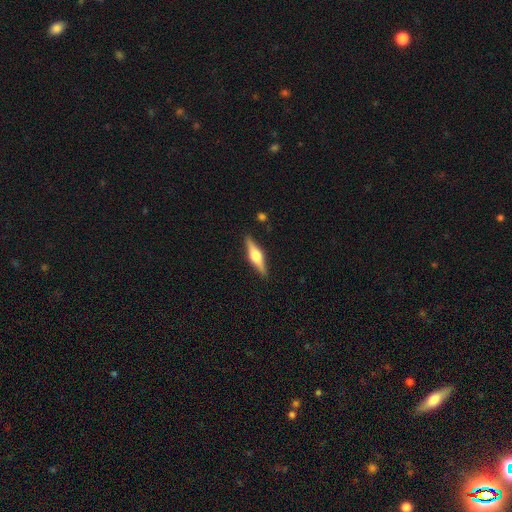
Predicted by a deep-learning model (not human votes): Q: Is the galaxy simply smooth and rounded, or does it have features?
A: featured or disk — 66%.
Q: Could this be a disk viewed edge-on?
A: yes — 97%.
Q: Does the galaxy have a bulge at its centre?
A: rounded — 91%.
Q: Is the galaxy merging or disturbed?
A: none — 89%.